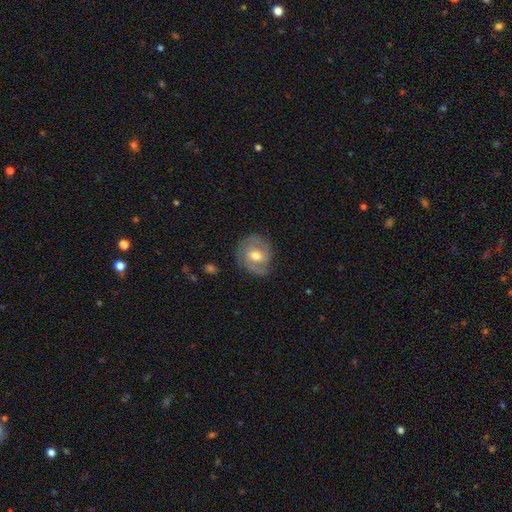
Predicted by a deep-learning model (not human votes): Morphology: type=featured or disk (69%); edge-on=no (96%); bar=weak (46%); spiral arms=yes (84%); winding=tight (45%); arm count=2 (72%); bulge=moderate (72%); merging=none (75%).